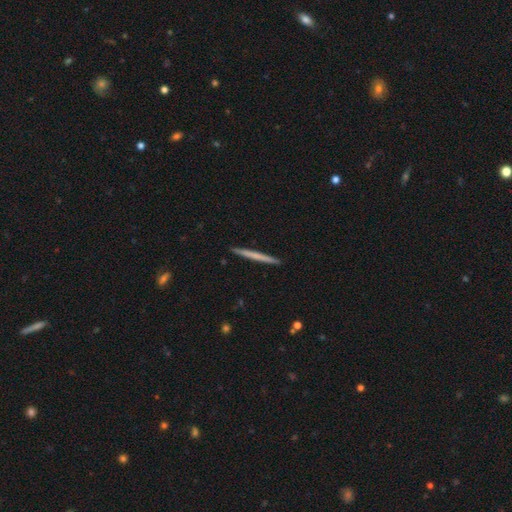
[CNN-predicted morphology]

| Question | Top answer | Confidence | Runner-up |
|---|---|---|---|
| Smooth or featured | smooth | 55% | featured or disk (40%) |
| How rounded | cigar-shaped | 97% | in between (2%) |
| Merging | none | 93% | minor disturbance (5%) |